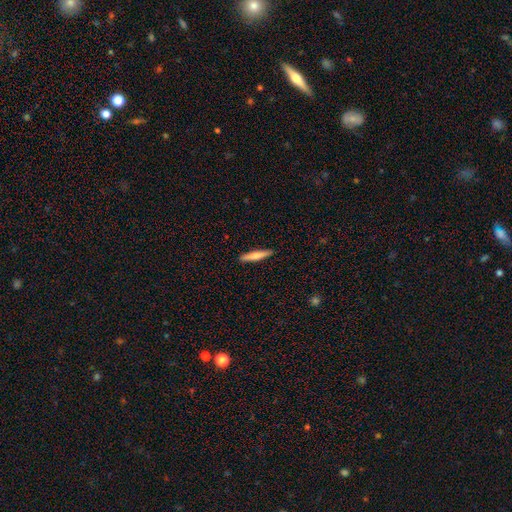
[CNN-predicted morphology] A smooth galaxy with no disk features (66%) that is cigar-shaped (90%).

Vote fractions:
- Smooth or featured? smooth: 66% / featured or disk: 29% / star or artifact: 5%
- How rounded? cigar-shaped: 90% / in between: 9% / round: 1%
- Merging? none: 91% / minor disturbance: 6% / major disturbance: 1% / merger: 1%